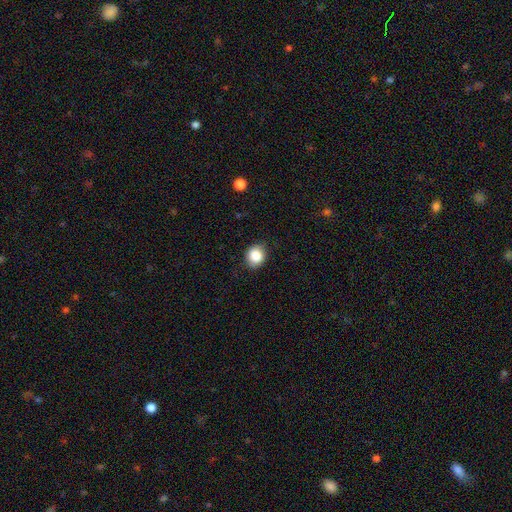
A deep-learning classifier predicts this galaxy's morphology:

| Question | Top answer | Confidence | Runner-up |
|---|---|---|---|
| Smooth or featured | smooth | 86% | star or artifact (9%) |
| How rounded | round | 68% | in between (31%) |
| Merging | none | 82% | minor disturbance (14%) |